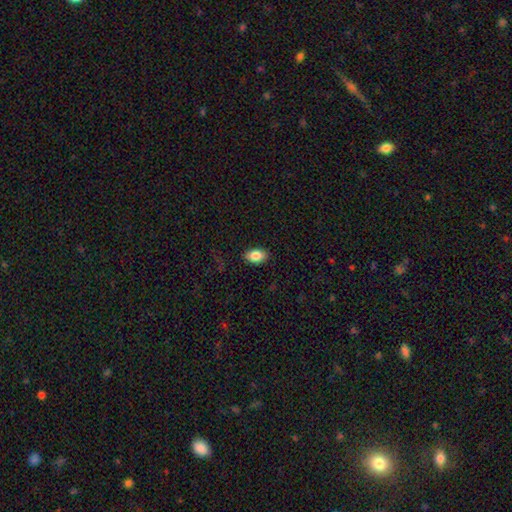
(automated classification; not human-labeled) smooth-or-featured: smooth: 86% | star or artifact: 8% | featured or disk: 6%
  how-rounded: in between: 90% | round: 8% | cigar-shaped: 2%
  merging: none: 87% | minor disturbance: 9% | major disturbance: 2% | merger: 1%